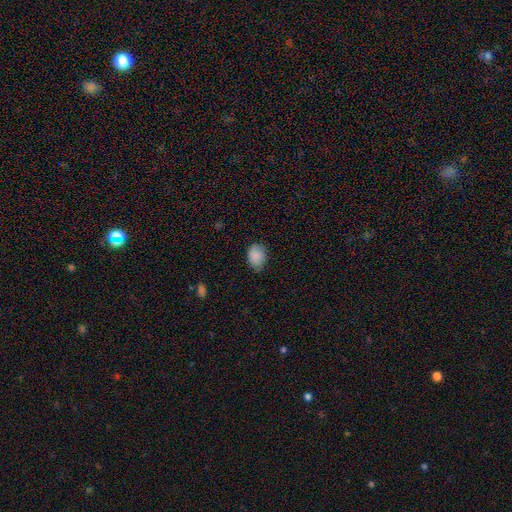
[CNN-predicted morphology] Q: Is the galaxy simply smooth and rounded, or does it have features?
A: smooth — 86%.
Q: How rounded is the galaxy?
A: in between — 63%.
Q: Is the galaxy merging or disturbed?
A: none — 70%.